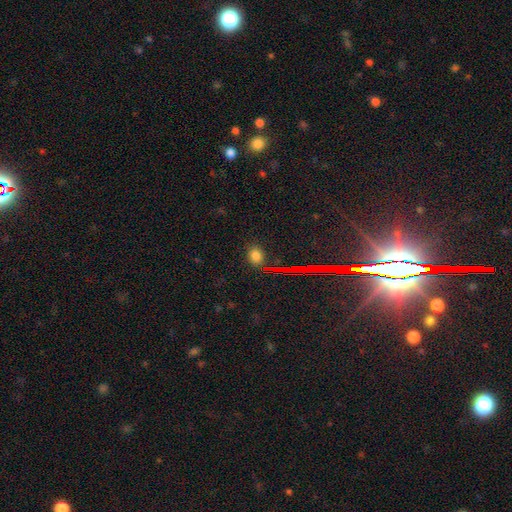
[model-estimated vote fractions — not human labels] Smooth or featured?
  - smooth: 74% *
  - star or artifact: 20%
  - featured or disk: 6%
How rounded?
  - round: 49% * (tied)
  - in between: 49% * (tied)
  - cigar-shaped: 2%
Merging?
  - none: 84% *
  - minor disturbance: 11%
  - major disturbance: 3%
  - merger: 2%